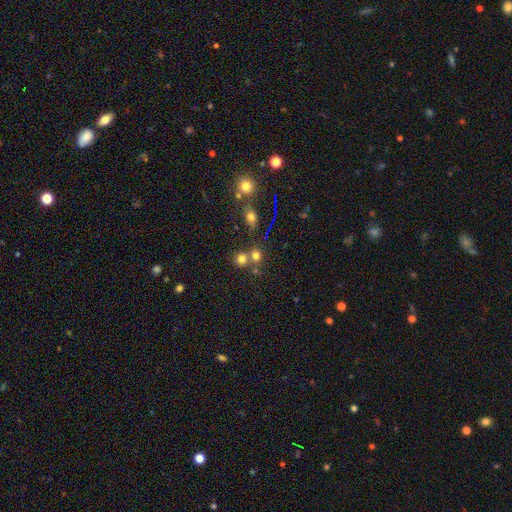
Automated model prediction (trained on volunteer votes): Q: Smooth or featured?
A: smooth (71%); runner-up: star or artifact (19%)
Q: How rounded?
A: round (82%); runner-up: in between (17%)
Q: Merging?
A: none (53%); runner-up: merger (35%)